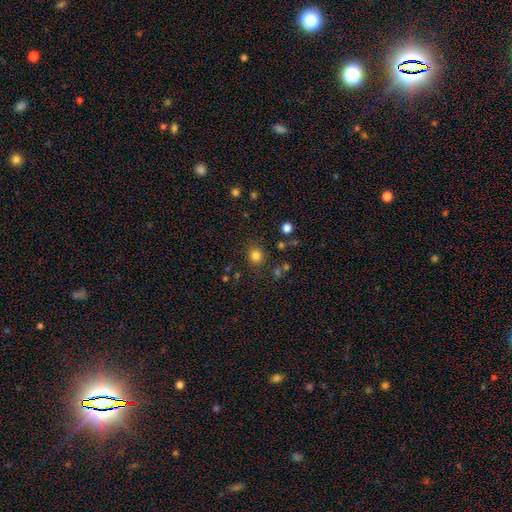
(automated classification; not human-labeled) smooth 81%, star or artifact 14%, featured or disk 5%. Down the decision tree: how rounded — round (83%); merging — none (84%).